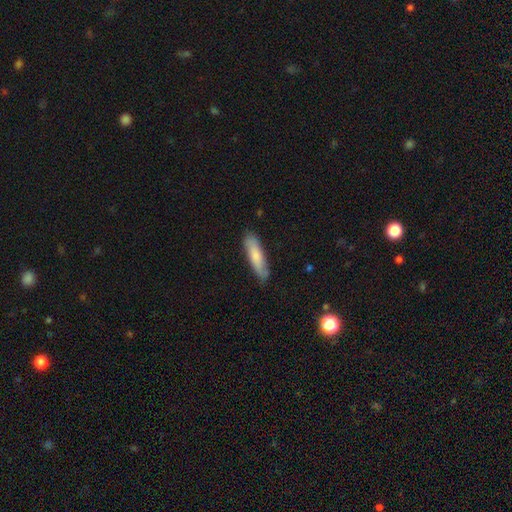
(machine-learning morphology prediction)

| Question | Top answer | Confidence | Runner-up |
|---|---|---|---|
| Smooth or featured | smooth | 75% | featured or disk (19%) |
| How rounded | cigar-shaped | 72% | in between (27%) |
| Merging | none | 82% | minor disturbance (15%) |